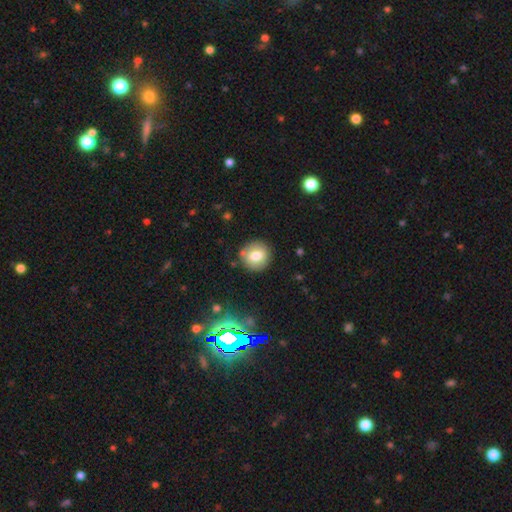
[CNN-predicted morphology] This is likely a smooth galaxy (74%). How rounded: clearly round (89%). Merging: clearly none (84%).